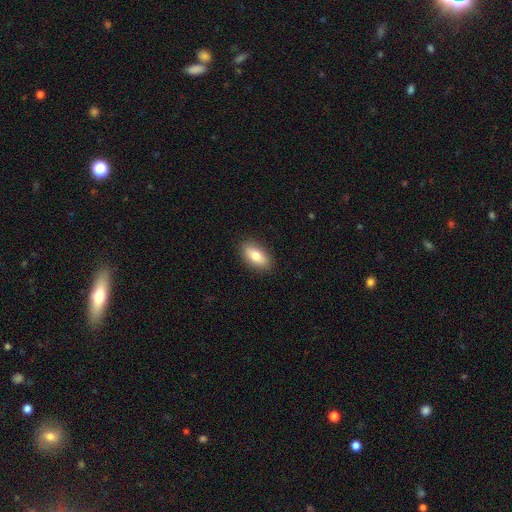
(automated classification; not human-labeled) The model was most divided on "smooth or featured": smooth: 78%, featured or disk: 16%, star or artifact: 7%. More confident: merging — none (88%); how rounded — in between (85%).